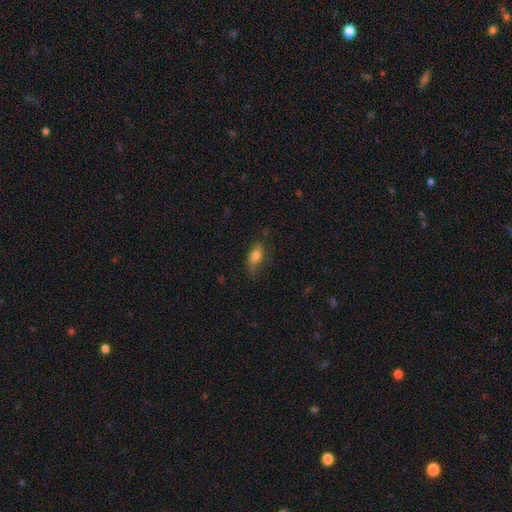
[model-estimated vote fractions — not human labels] A smooth galaxy with no disk features (72%) that is in between round and cigar-shaped (80%).

Vote fractions:
- Smooth or featured? smooth: 72% / featured or disk: 19% / star or artifact: 9%
- How rounded? in between: 80% / cigar-shaped: 15% / round: 6%
- Merging? none: 59% / minor disturbance: 28% / major disturbance: 10% / merger: 2%